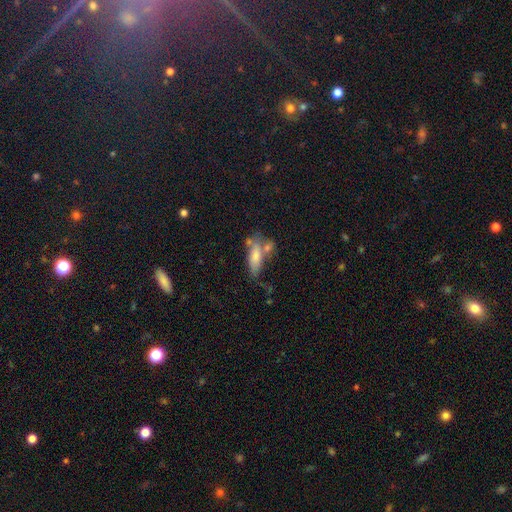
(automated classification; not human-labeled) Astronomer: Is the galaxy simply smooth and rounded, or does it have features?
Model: smooth — 72%.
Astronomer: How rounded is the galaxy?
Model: in between — 61%.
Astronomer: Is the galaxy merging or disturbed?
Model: none — 44% (runner-up: merger, 27%).